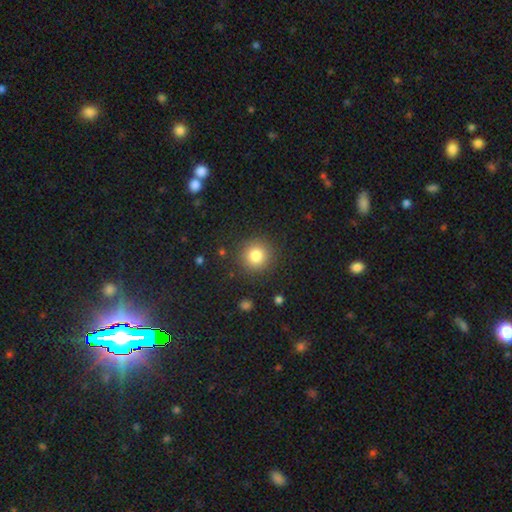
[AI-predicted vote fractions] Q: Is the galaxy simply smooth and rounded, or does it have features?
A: smooth — 82%.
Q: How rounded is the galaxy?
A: round — 93%.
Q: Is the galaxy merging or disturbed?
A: none — 89%.